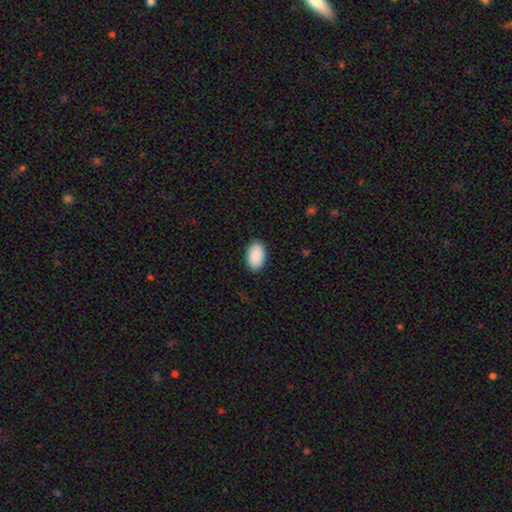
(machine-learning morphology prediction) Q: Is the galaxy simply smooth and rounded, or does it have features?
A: smooth — 92%.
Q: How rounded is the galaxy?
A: in between — 94%.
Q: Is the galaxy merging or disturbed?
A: none — 89%.